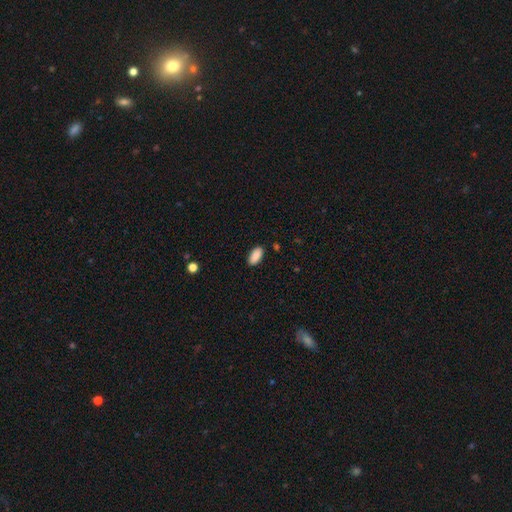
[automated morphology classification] Smooth or featured? Predicted: smooth (p=0.89). How rounded? Predicted: in between (p=0.92). Merging? Predicted: none (p=0.88).